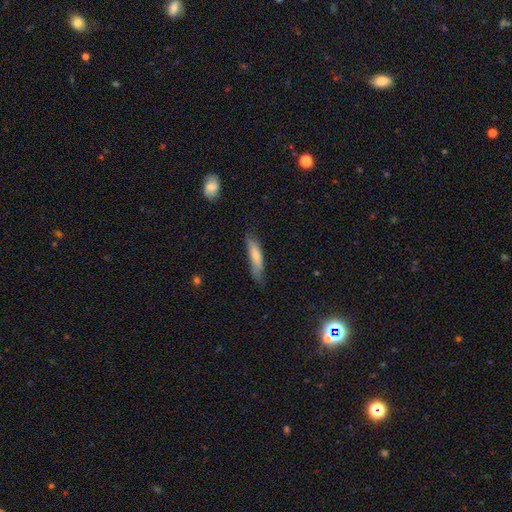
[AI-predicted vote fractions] The model was most divided on "merging": none: 57%, minor disturbance: 31%, major disturbance: 10%, merger: 2%. More confident: how rounded — cigar-shaped (75%); smooth or featured — smooth (74%).